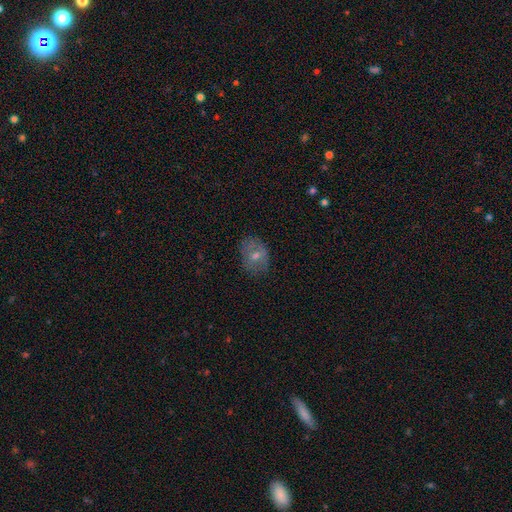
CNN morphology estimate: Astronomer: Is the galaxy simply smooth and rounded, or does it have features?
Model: smooth — 45% (runner-up: featured or disk, 40%).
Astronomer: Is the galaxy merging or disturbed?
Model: none — 74%.